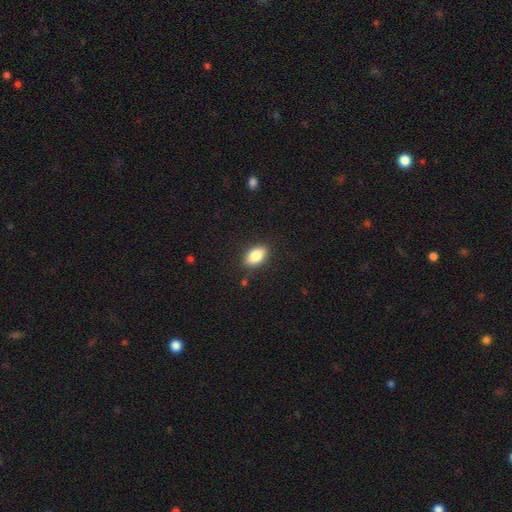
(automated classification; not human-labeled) The model was most divided on "smooth or featured": smooth: 84%, featured or disk: 8%, star or artifact: 8%. More confident: how rounded — in between (90%); merging — none (86%).